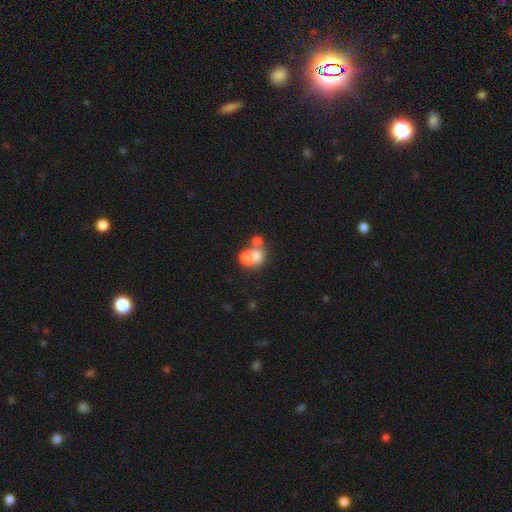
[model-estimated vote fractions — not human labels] smooth 64%, featured or disk 24%, star or artifact 13%. Down the decision tree: how rounded — round (70%); merging — merger (64%).